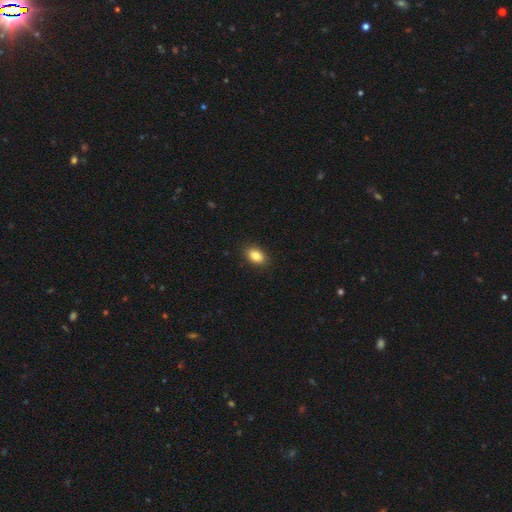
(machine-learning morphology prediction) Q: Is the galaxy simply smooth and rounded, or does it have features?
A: smooth — 87%.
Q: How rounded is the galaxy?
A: in between — 87%.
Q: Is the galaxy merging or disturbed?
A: none — 89%.